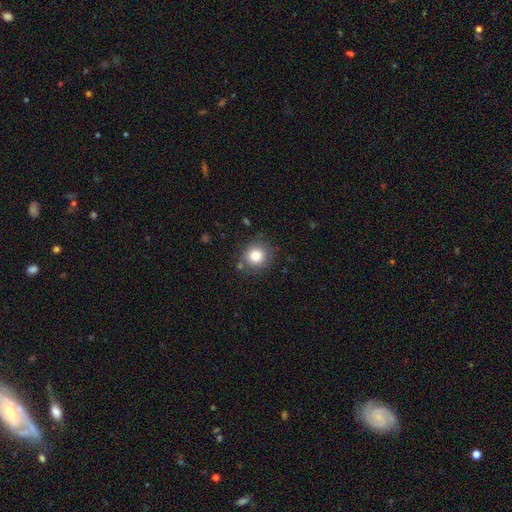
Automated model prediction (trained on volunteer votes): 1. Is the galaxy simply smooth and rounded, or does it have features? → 82% smooth, 10% star or artifact, 8% featured or disk.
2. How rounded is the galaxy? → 86% round, 13% in between, 1% cigar-shaped.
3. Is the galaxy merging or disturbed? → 79% none, 13% minor disturbance, 4% major disturbance, 4% merger.